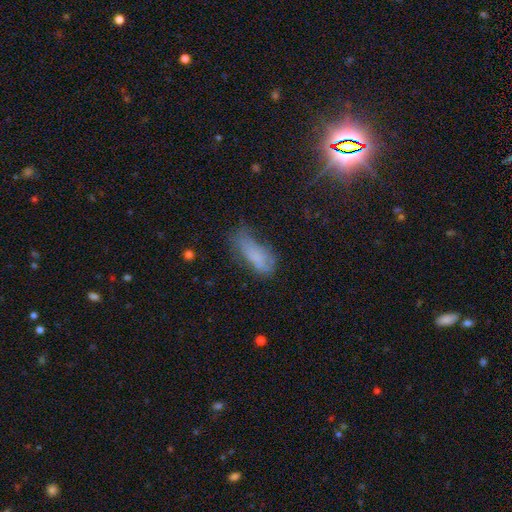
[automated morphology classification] smooth-or-featured: smooth: 67% | featured or disk: 18% | star or artifact: 14%
  how-rounded: in between: 72% | cigar-shaped: 26% | round: 3%
  merging: none: 42% | minor disturbance: 33% | major disturbance: 22% | merger: 4%